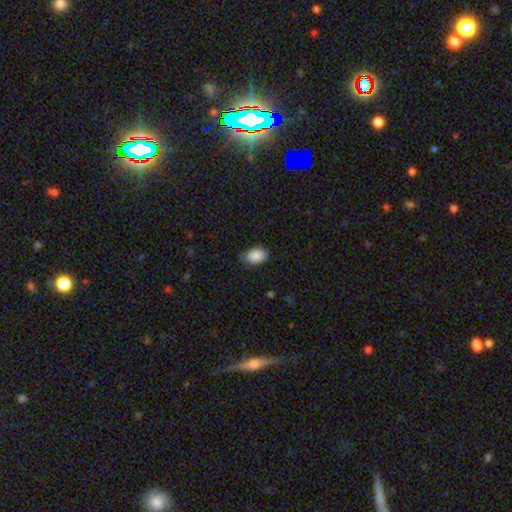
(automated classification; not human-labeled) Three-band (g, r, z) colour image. It shows a smooth galaxy with no disk features (89%) that is in between round and cigar-shaped (90%). Merging: none (81%).